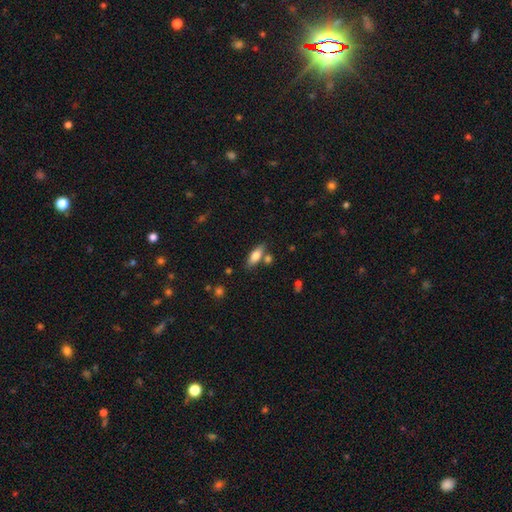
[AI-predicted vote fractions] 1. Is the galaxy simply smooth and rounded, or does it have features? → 72% smooth, 21% featured or disk, 7% star or artifact.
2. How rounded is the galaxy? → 70% in between, 27% cigar-shaped, 3% round.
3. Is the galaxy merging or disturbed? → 72% none, 13% minor disturbance, 12% merger, 3% major disturbance.